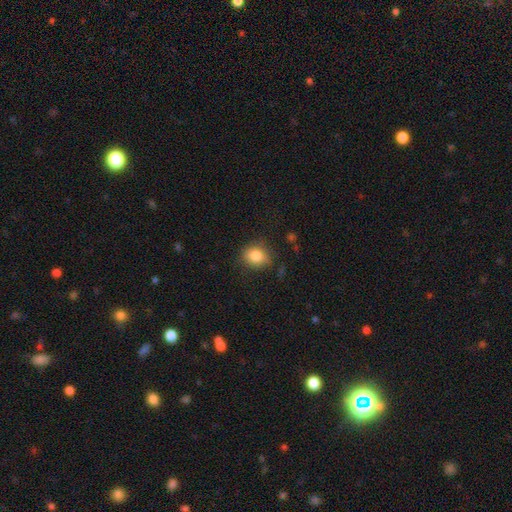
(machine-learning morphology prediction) type=smooth (82%); roundness=round (64%); merging=none (77%).